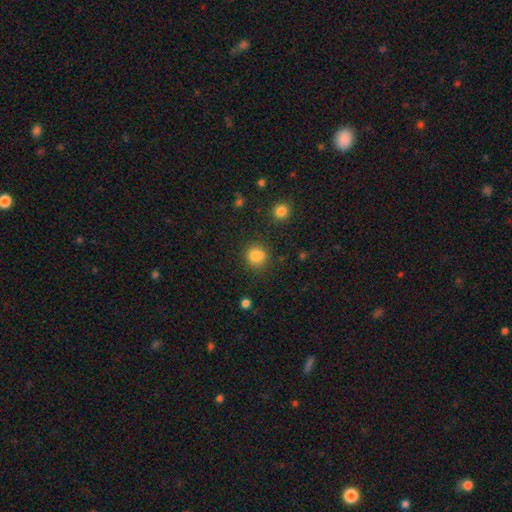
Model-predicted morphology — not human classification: Smooth or featured? smooth (81%)
How rounded? round (84%)
Merging? none (69%)